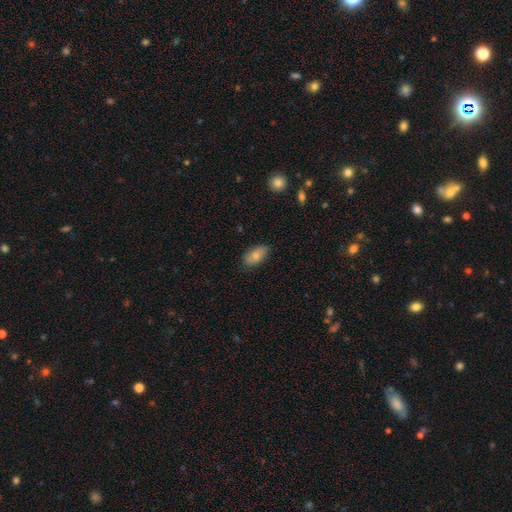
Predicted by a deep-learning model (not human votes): Q: Smooth or featured?
A: smooth (77%); runner-up: featured or disk (16%)
Q: How rounded?
A: in between (93%); runner-up: round (4%)
Q: Merging?
A: none (79%); runner-up: minor disturbance (17%)